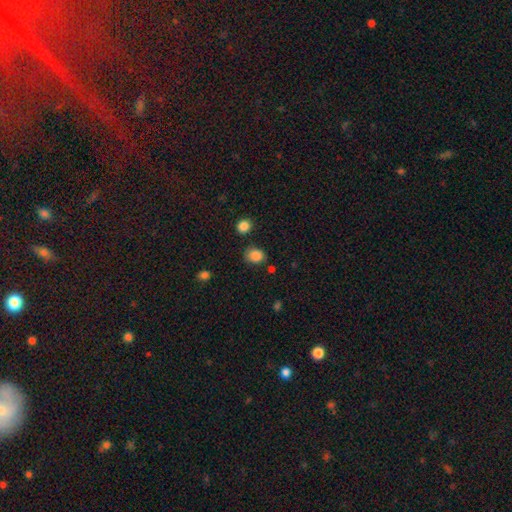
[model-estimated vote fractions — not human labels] smooth_or_featured: smooth (p=0.86) [alt: star or artifact p=0.10]
how_rounded: round (p=0.52) [alt: in between p=0.47]
merging: none (p=0.72) [alt: minor disturbance p=0.19]